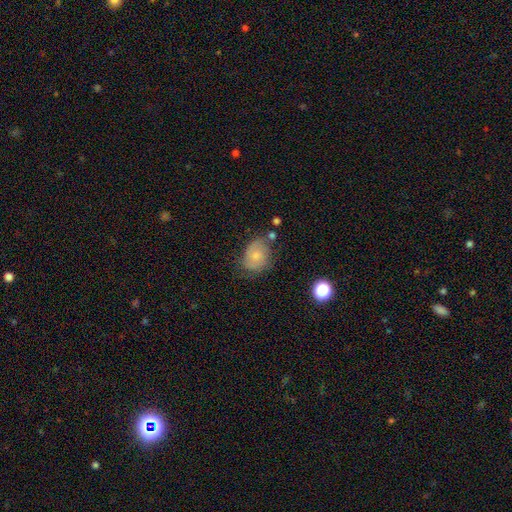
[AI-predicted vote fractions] A smooth galaxy with no disk features (49%).

Vote fractions:
- Smooth or featured? smooth: 49% / featured or disk: 42% / star or artifact: 9%
- Merging? none: 57% / minor disturbance: 28% / major disturbance: 10% / merger: 5%